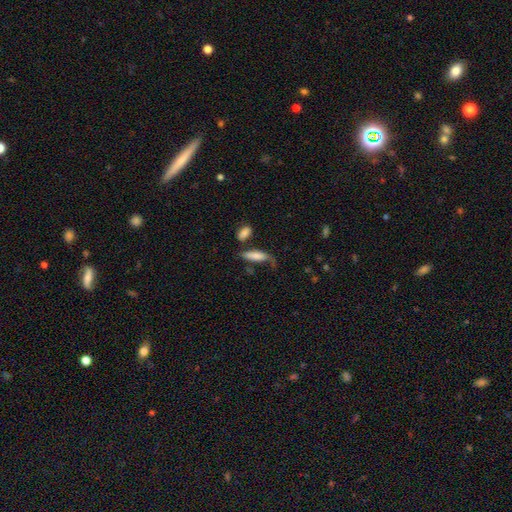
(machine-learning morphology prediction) Smooth or featured? Predicted: smooth (p=0.72). How rounded? Predicted: in between (p=0.49, tied with cigar-shaped). Merging? Predicted: none (p=0.42).